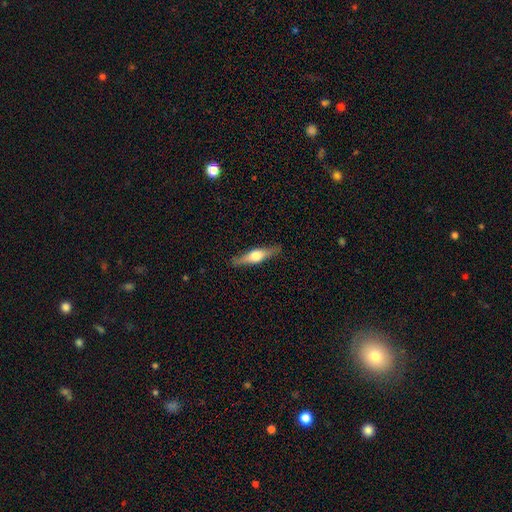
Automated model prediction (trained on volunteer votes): A featured or disk galaxy (65%) viewed edge-on (96%) with a rounded central bulge (92%). Merging: none (89%).